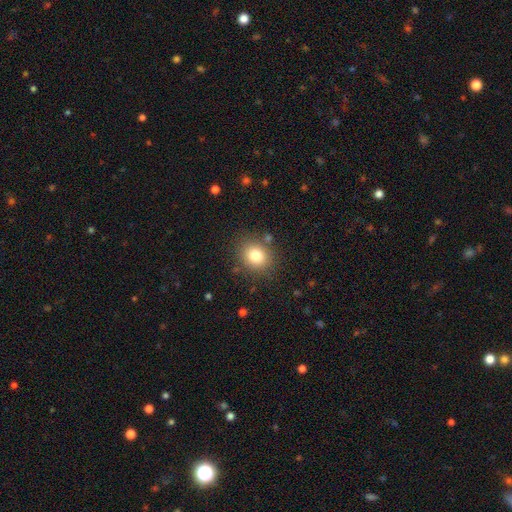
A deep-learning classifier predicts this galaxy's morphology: Q: Smooth or featured?
A: smooth (80%); runner-up: star or artifact (11%)
Q: How rounded?
A: round (68%); runner-up: in between (32%)
Q: Merging?
A: none (84%); runner-up: minor disturbance (10%)